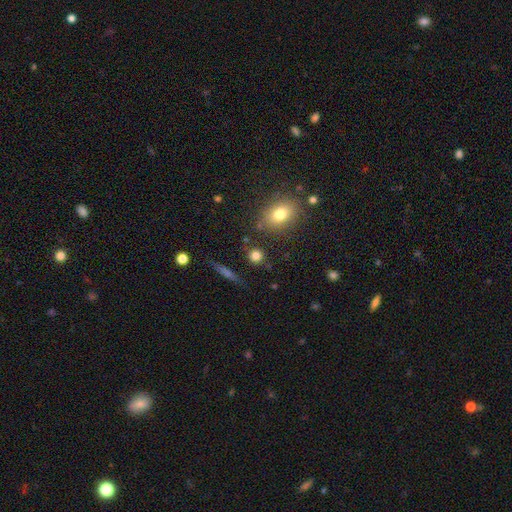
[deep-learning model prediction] Smooth or featured? Predicted: smooth (p=0.80). How rounded? Predicted: round (p=0.85). Merging? Predicted: none (p=0.84).